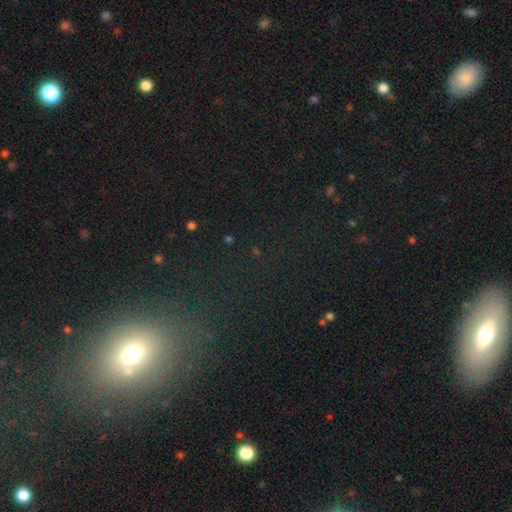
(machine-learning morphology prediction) Q: Smooth or featured?
A: star or artifact (50%); runner-up: smooth (33%)